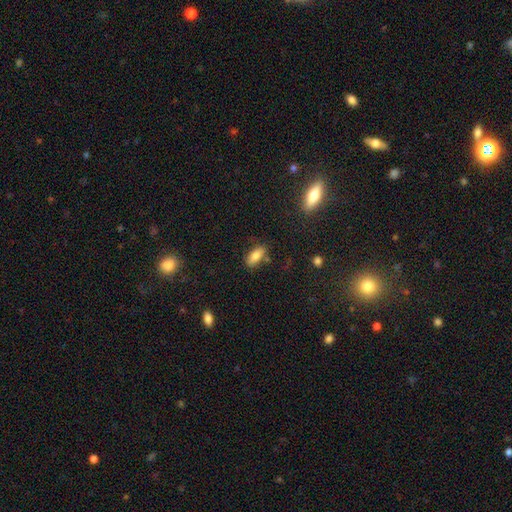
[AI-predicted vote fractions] Smooth or featured? Predicted: smooth (p=0.81). How rounded? Predicted: in between (p=0.83). Merging? Predicted: none (p=0.76).